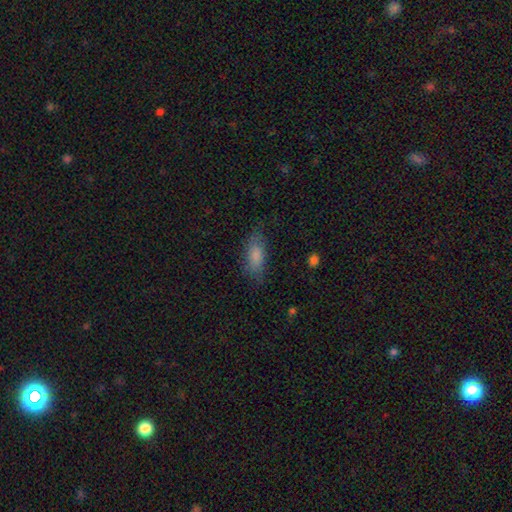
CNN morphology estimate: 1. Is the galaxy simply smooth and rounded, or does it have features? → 83% smooth, 9% featured or disk, 7% star or artifact.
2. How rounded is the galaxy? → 80% in between, 17% cigar-shaped, 3% round.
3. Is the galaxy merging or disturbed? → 77% none, 17% minor disturbance, 5% major disturbance, 1% merger.